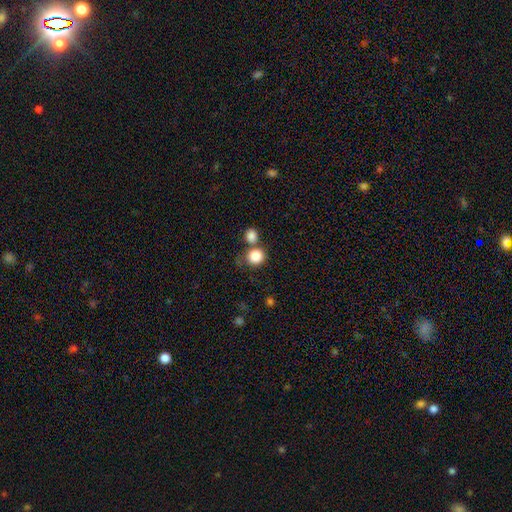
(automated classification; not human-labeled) A smooth galaxy with no disk features (85%) that is round (84%).

Vote fractions:
- Smooth or featured? smooth: 85% / star or artifact: 10% / featured or disk: 5%
- How rounded? round: 84% / in between: 15% / cigar-shaped: 1%
- Merging? none: 60% / merger: 27% / minor disturbance: 9% / major disturbance: 4%